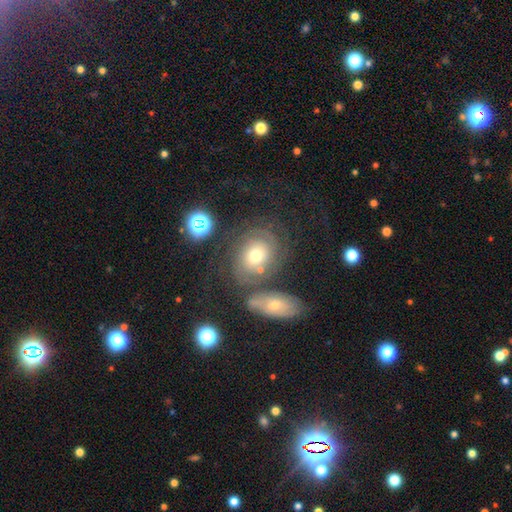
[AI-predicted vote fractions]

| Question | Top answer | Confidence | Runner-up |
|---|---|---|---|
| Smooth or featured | featured or disk | 65% | smooth (23%) |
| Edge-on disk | no | 96% | yes (4%) |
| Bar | no | 80% | weak (16%) |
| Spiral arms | yes | 86% | no (14%) |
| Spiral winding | tight | 66% | medium (26%) |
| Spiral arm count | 2 | 45% | can't tell (31%) |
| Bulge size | moderate | 62% | small (26%) |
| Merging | none | 60% | merger (16%) |